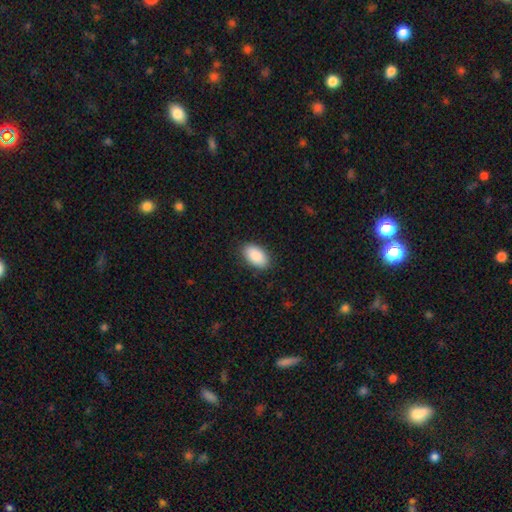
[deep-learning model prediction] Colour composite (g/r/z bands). It shows a smooth galaxy with no disk features (90%) that is in between round and cigar-shaped (95%). Merging: none (88%).